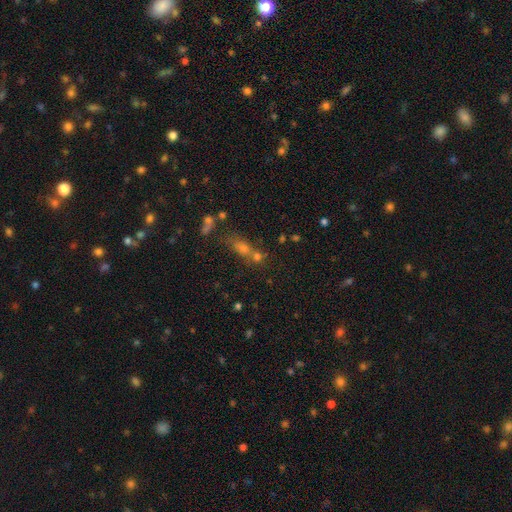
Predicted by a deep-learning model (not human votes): smooth 49%, star or artifact 36%, featured or disk 15%. Down the decision tree: merging — none (47%).